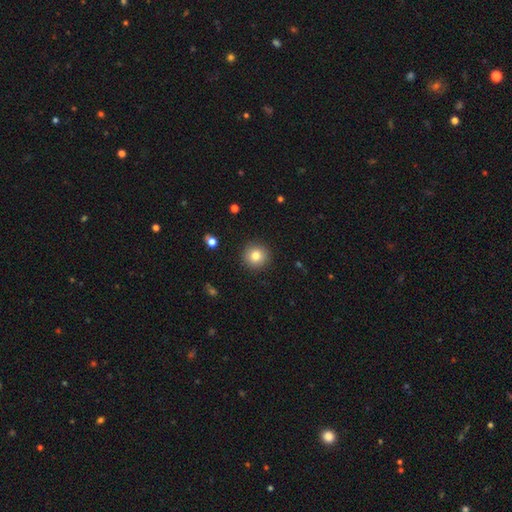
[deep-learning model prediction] A smooth galaxy with no disk features (80%) that is round (94%).

Vote fractions:
- Smooth or featured? smooth: 80% / star or artifact: 11% / featured or disk: 9%
- How rounded? round: 94% / in between: 5% / cigar-shaped: 1%
- Merging? none: 92% / minor disturbance: 5% / major disturbance: 2% / merger: 1%